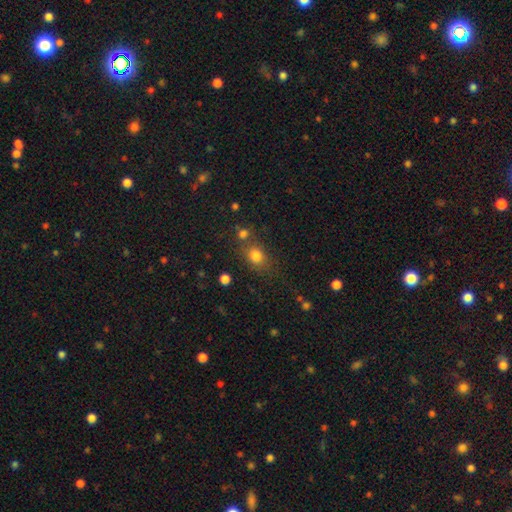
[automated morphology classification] Overall: smooth (79%). How rounded: round (51%; in between 47%). Merging: none (62%).